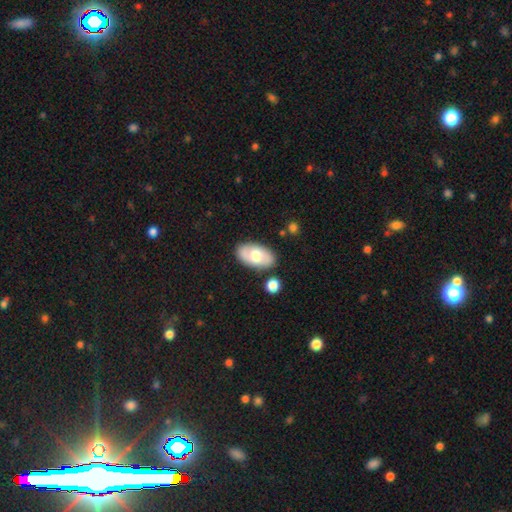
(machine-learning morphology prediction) Smooth or featured?
  - smooth: 55% *
  - featured or disk: 39%
  - star or artifact: 6%
How rounded?
  - in between: 93% *
  - round: 6%
  - cigar-shaped: 2%
Merging?
  - none: 79% *
  - minor disturbance: 13%
  - merger: 5%
  - major disturbance: 3%